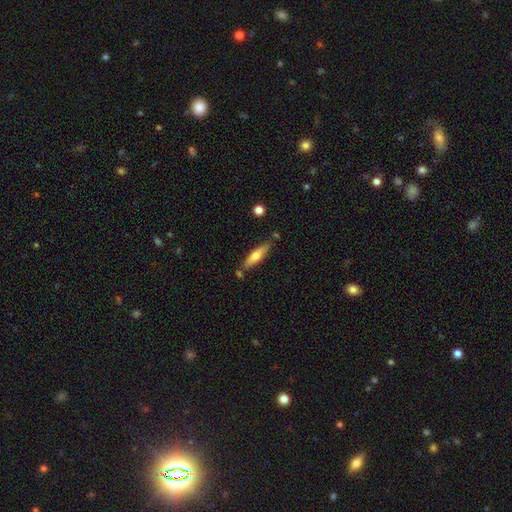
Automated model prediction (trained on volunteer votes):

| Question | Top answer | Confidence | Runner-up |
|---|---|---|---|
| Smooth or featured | smooth | 56% | featured or disk (38%) |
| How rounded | cigar-shaped | 74% | in between (25%) |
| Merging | none | 76% | minor disturbance (14%) |